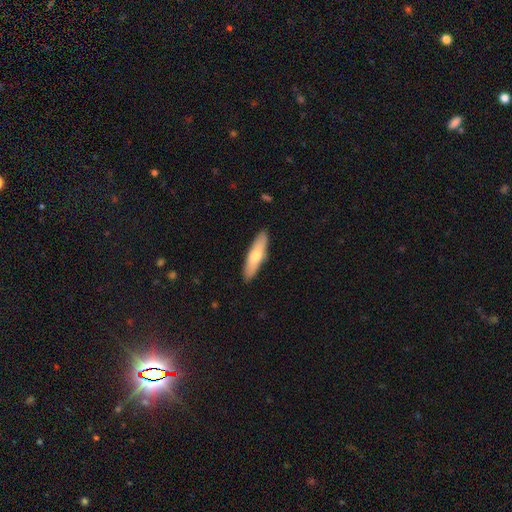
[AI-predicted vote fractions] smooth_or_featured: smooth (p=0.64) [alt: featured or disk p=0.31]
how_rounded: cigar-shaped (p=0.69) [alt: in between p=0.29]
merging: none (p=0.88) [alt: minor disturbance p=0.09]